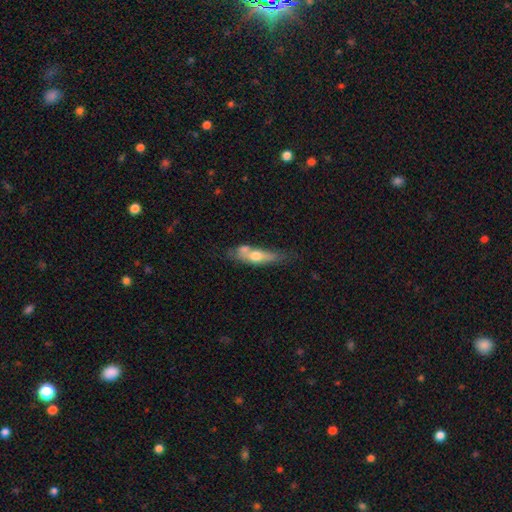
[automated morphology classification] Overall: smooth (50%; featured or disk 44%). Merging: none (43%; merger 29%).